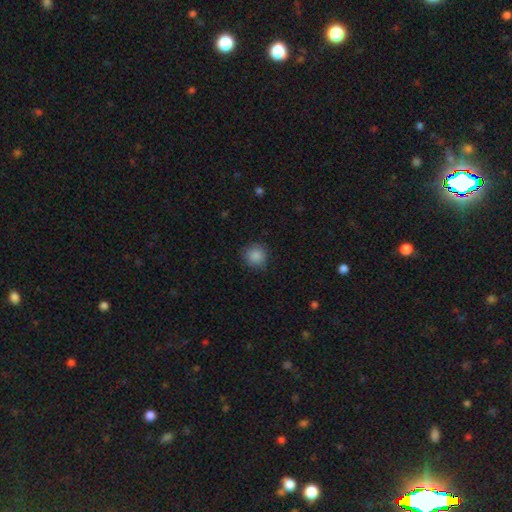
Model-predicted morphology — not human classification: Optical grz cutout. It shows a smooth galaxy with no disk features (87%) that is round (93%). Merging: none (86%).